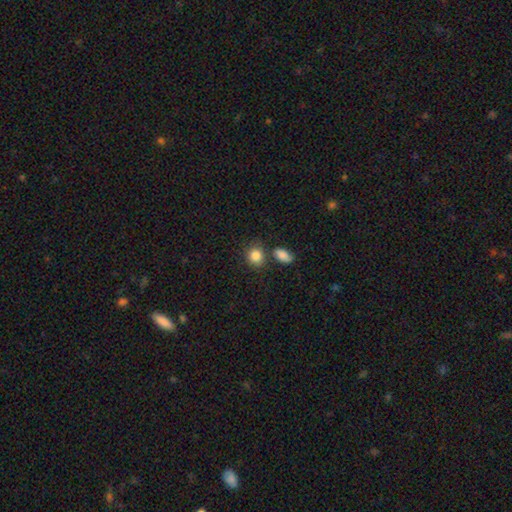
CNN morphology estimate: Smooth or featured? Predicted: smooth (p=0.86). How rounded? Predicted: round (p=0.70). Merging? Predicted: none (p=0.66).